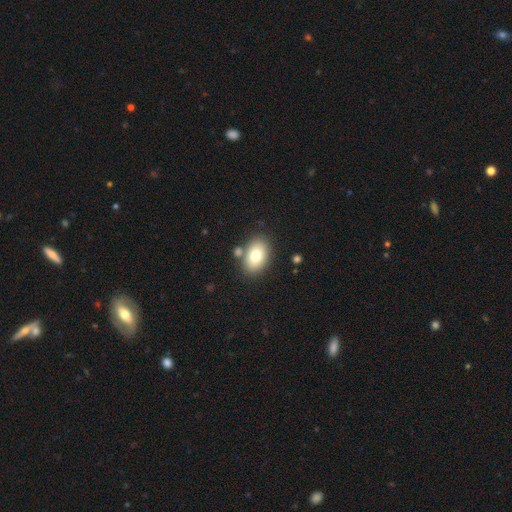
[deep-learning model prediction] Smooth or featured: smooth — 77% (featured or disk — 14%)
How rounded: in between — 83% (round — 16%)
Merging: none — 76% (minor disturbance — 11%)